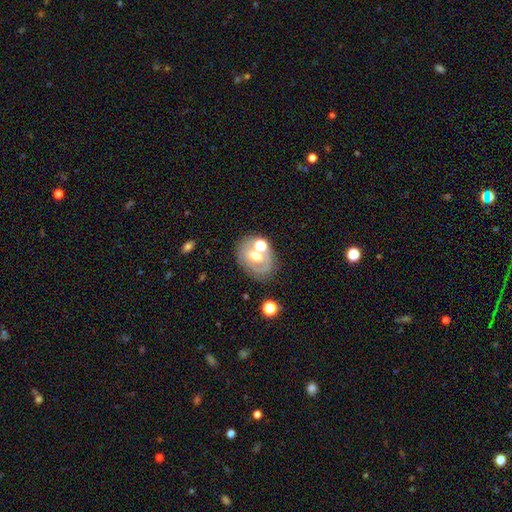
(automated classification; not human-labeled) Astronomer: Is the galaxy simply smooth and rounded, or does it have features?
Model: featured or disk — 54% (runner-up: smooth, 34%).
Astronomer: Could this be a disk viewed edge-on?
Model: no — 94%.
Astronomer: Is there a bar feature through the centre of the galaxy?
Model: no — 58%.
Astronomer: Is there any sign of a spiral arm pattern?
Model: no — 62% (runner-up: yes, 38%).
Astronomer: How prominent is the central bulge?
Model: moderate — 67%.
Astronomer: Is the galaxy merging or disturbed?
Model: none — 59%.